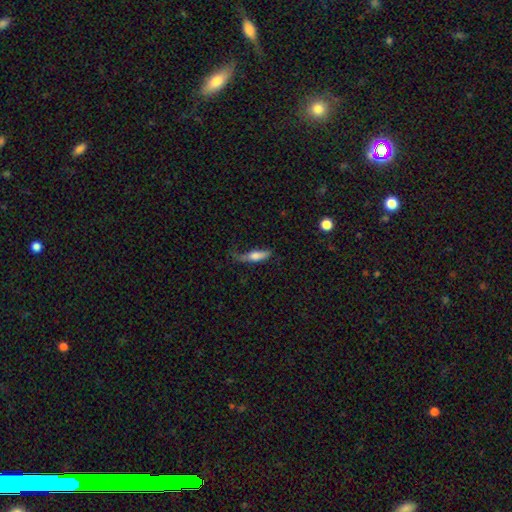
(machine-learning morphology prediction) Q: Smooth or featured?
A: smooth (70%); runner-up: featured or disk (23%)
Q: How rounded?
A: cigar-shaped (56%); runner-up: in between (41%)
Q: Merging?
A: none (38%); runner-up: minor disturbance (33%)